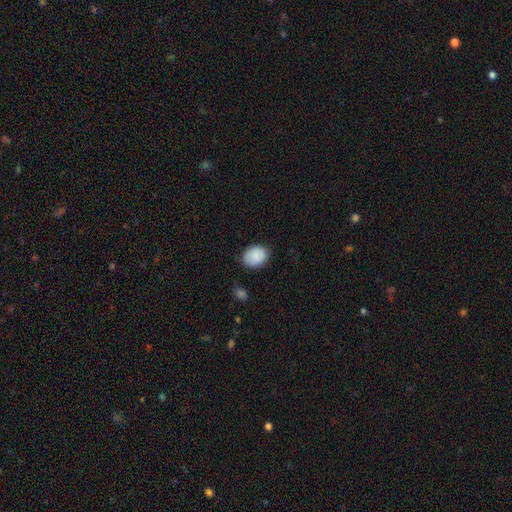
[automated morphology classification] Q: Smooth or featured?
A: smooth (88%); runner-up: star or artifact (7%)
Q: How rounded?
A: in between (61%); runner-up: round (38%)
Q: Merging?
A: none (80%); runner-up: minor disturbance (15%)